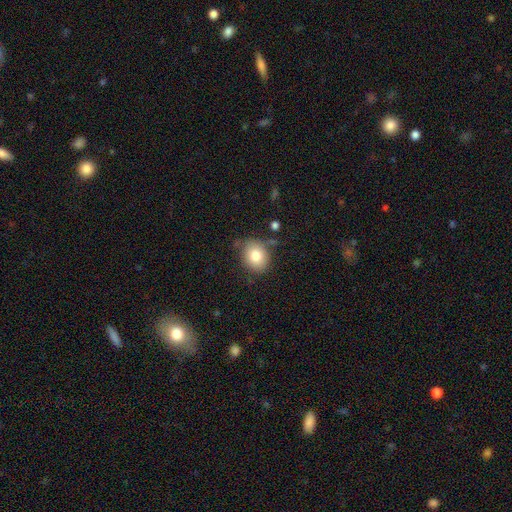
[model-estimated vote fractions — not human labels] Smooth or featured: smooth — 82% (featured or disk — 10%)
How rounded: round — 57% (in between — 42%)
Merging: none — 73% (minor disturbance — 18%)